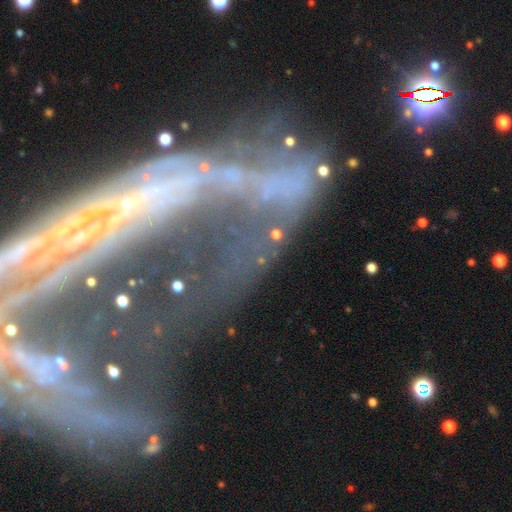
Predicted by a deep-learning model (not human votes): A featured or disk galaxy (64%). Merging: none (41%).